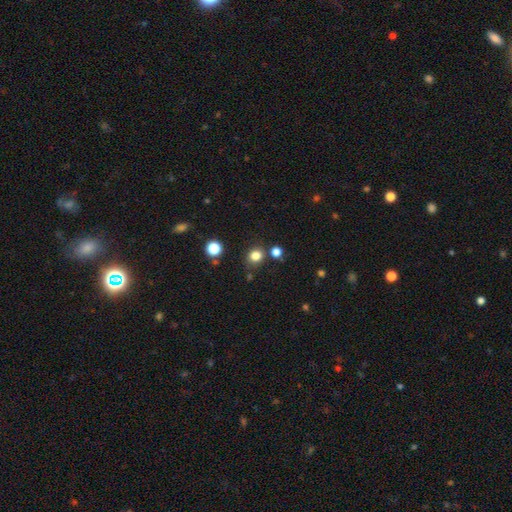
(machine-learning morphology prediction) The model was most divided on "how rounded": round: 78%, in between: 21%, cigar-shaped: 1%. More confident: smooth or featured — smooth (81%); merging — none (79%).